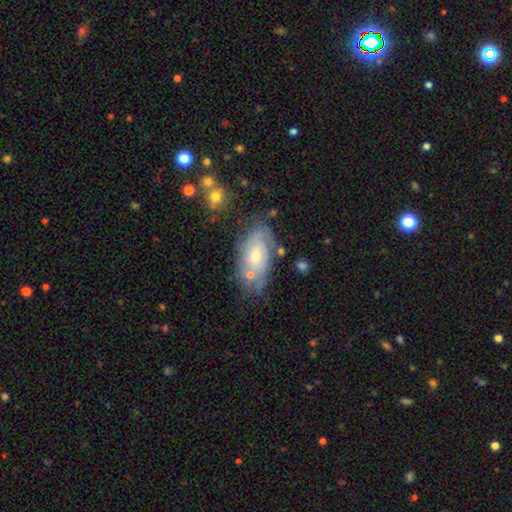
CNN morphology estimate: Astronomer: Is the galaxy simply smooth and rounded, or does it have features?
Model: featured or disk — 66%.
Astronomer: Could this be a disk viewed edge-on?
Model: no — 93%.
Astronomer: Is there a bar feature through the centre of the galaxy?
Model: no — 67%.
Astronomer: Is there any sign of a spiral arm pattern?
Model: yes — 82%.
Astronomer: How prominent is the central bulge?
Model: small — 50% (runner-up: moderate, 44%).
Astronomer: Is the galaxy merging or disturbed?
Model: none — 62%.